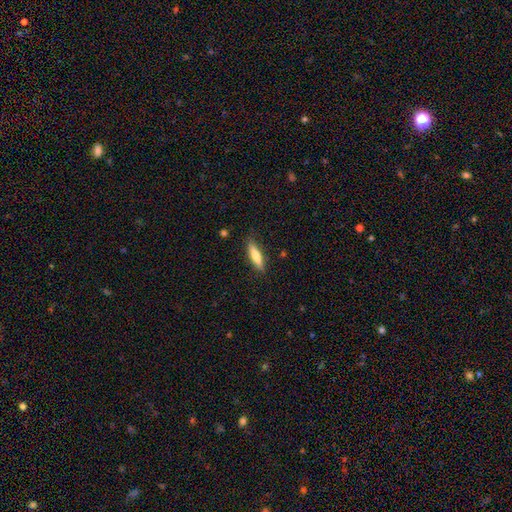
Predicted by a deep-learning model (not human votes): Smooth or featured: smooth — 67% (featured or disk — 27%)
How rounded: cigar-shaped — 71% (in between — 27%)
Merging: none — 85% (minor disturbance — 11%)